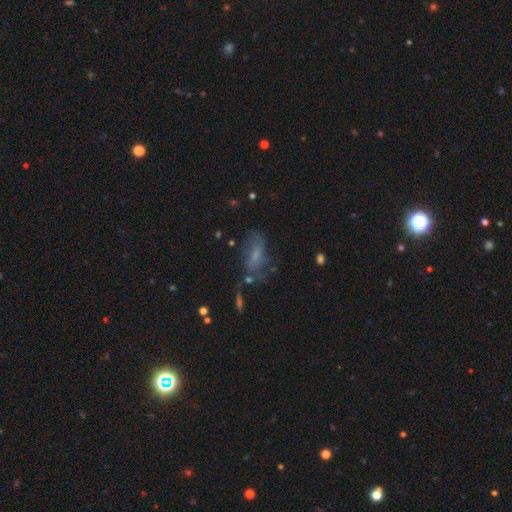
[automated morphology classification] featured or disk 49%, smooth 35%, star or artifact 16%. Down the decision tree: merging — none (49%).